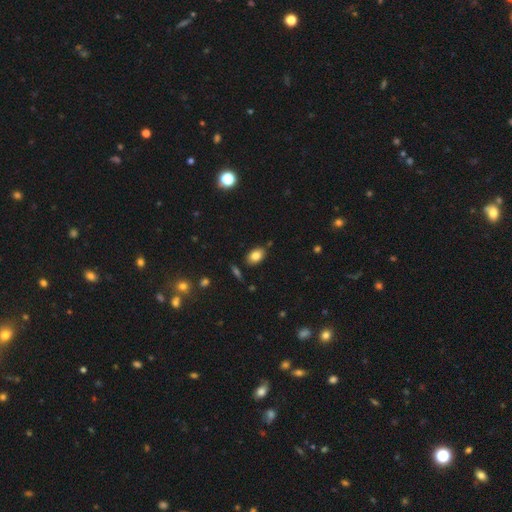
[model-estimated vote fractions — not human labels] Smooth or featured: smooth — 82% (star or artifact — 9%)
How rounded: in between — 84% (round — 15%)
Merging: none — 82% (minor disturbance — 12%)